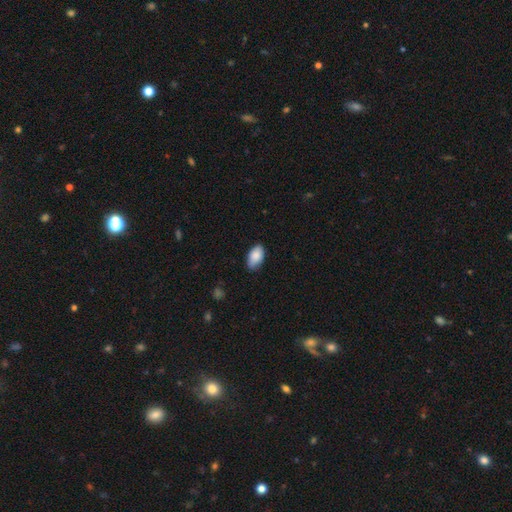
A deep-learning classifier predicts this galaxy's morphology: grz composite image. It shows a smooth galaxy with no disk features (87%) that is in between round and cigar-shaped (94%). Merging: none (80%).